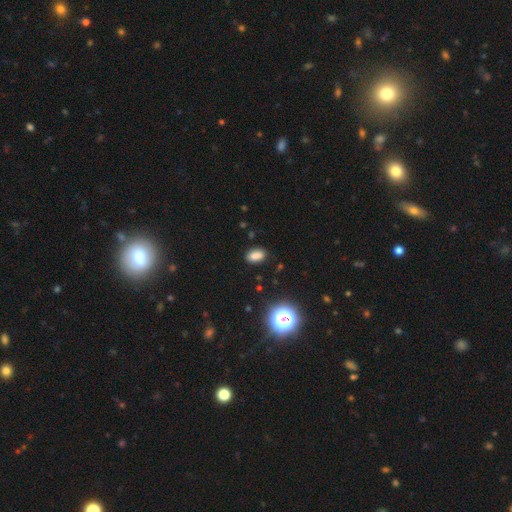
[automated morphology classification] This appears to be a smooth galaxy with no disk features (81%) that is in between round and cigar-shaped (87%). Merging: none (86%).